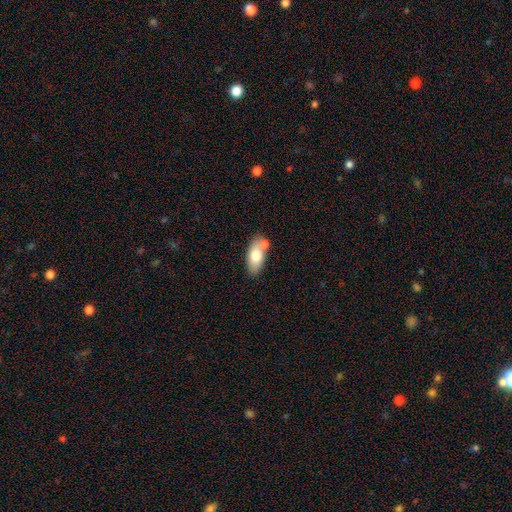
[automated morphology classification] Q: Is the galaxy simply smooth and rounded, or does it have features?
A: smooth — 71%.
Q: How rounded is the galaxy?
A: in between — 89%.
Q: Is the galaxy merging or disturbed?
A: none — 60%.